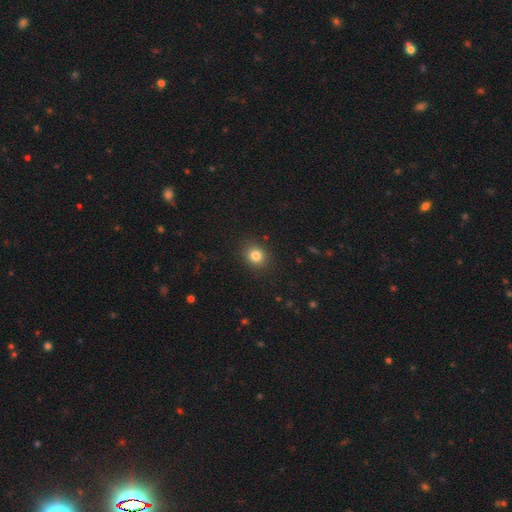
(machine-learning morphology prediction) The model was most divided on "how rounded": round: 74%, in between: 25%, cigar-shaped: 1%. More confident: merging — none (89%); smooth or featured — smooth (82%).